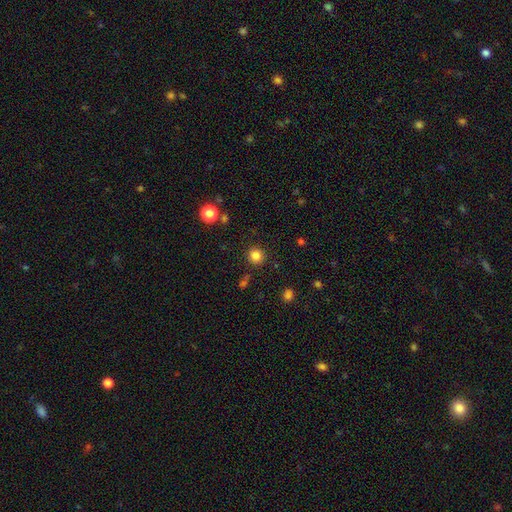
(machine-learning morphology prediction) type=smooth (83%); roundness=round (92%); merging=none (88%).